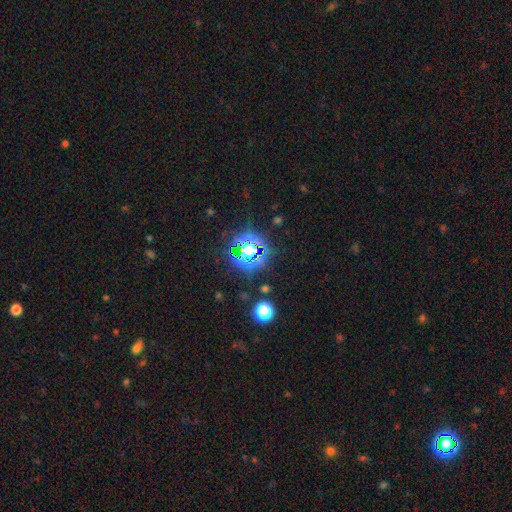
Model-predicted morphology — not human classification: The model was most divided on "smooth or featured": star or artifact: 74%, smooth: 17%, featured or disk: 9%.